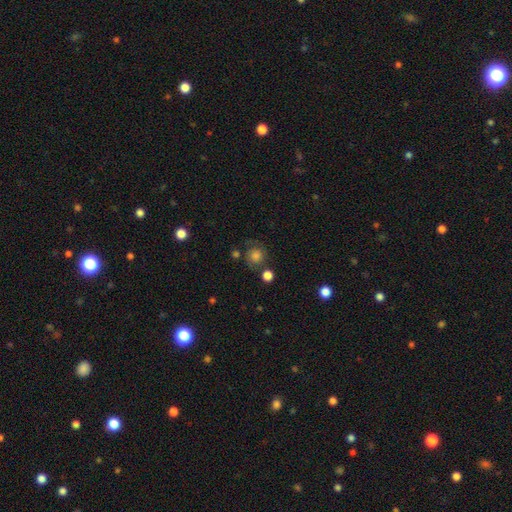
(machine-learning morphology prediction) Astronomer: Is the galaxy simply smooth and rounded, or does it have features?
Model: smooth — 72%.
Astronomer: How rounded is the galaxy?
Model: round — 87%.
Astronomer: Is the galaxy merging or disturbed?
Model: none — 67%.